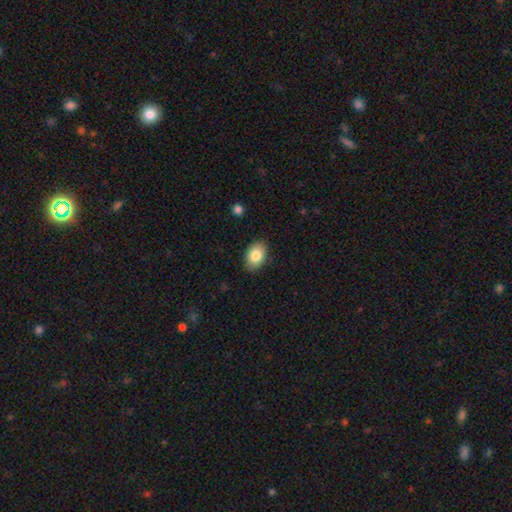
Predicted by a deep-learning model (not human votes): A smooth galaxy with no disk features (83%) that is in between round and cigar-shaped (85%).

Vote fractions:
- Smooth or featured? smooth: 83% / featured or disk: 10% / star or artifact: 7%
- How rounded? in between: 85% / round: 14% / cigar-shaped: 1%
- Merging? none: 87% / minor disturbance: 10% / major disturbance: 2% / merger: 1%